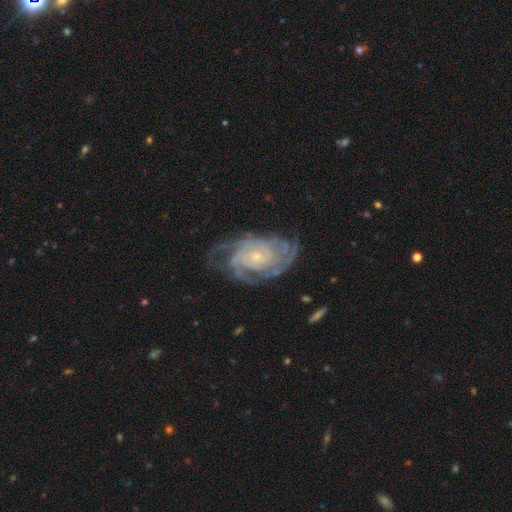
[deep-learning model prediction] Smooth or featured? featured or disk (82%)
Edge-on disk? no (96%)
Bar? no (73%)
Spiral arms? yes (96%)
Spiral winding? tight (72%)
Spiral arm count? can't tell (31%)
Bulge size? small (73%)
Merging? none (73%)